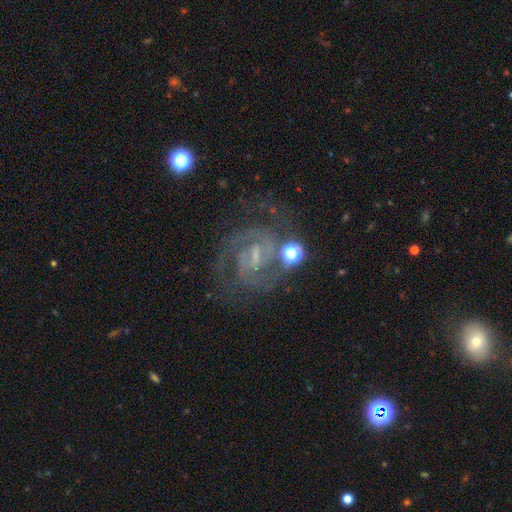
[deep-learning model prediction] Smooth or featured?
  - featured or disk: 87% *
  - star or artifact: 8%
  - smooth: 6%
Edge-on disk?
  - no: 98% *
  - yes: 2%
Bar?
  - weak: 50% *
  - strong: 30%
  - no: 20%
Spiral arms?
  - yes: 97% *
  - no: 3%
Spiral winding?
  - tight: 53% *
  - medium: 41%
  - loose: 7%
Spiral arm count?
  - 2: 66% *
  - 3: 12%
  - can't tell: 12%
  - 4: 4%
  - 1: 3%
  - more than 4: 3%
Bulge size?
  - small: 60% *
  - none: 23%
  - moderate: 15%
  - large: 1%
  - dominant: 1%
Merging?
  - none: 68% *
  - minor disturbance: 16%
  - major disturbance: 11%
  - merger: 5%